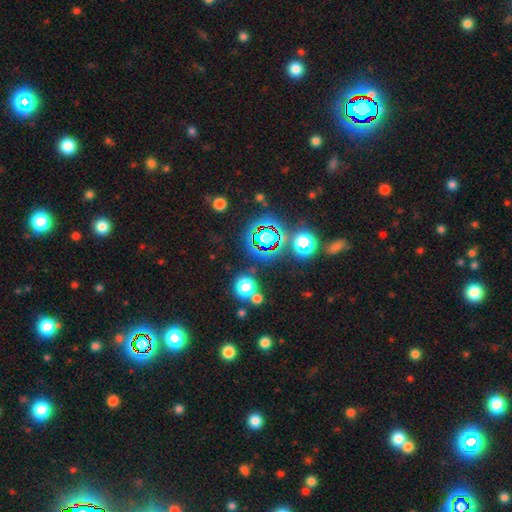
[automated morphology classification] Overall: star or artifact (75%).